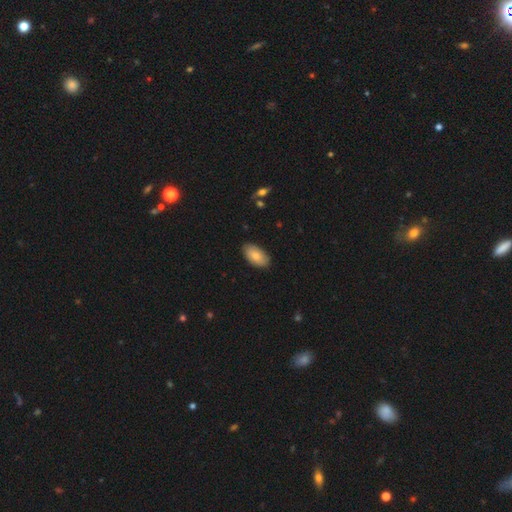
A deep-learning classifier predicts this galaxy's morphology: Smooth or featured: smooth — 83% (featured or disk — 11%)
How rounded: in between — 95% (round — 3%)
Merging: none — 86% (minor disturbance — 11%)